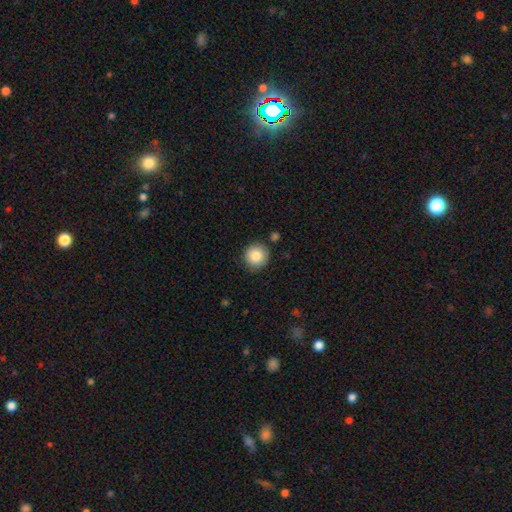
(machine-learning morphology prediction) smooth 86%, star or artifact 8%, featured or disk 6%. Down the decision tree: how rounded — round (93%); merging — none (85%).